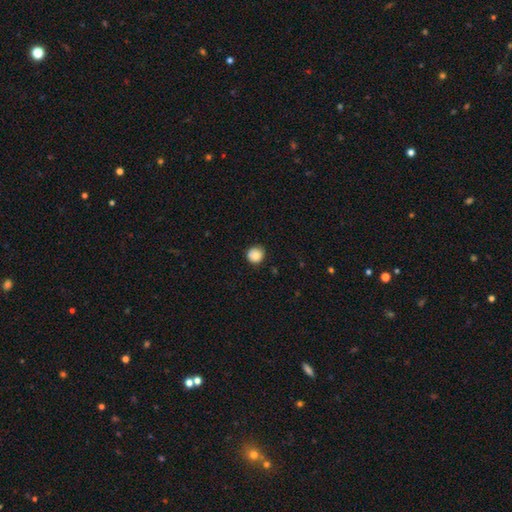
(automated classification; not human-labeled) smooth 82%, featured or disk 9%, star or artifact 9%. Down the decision tree: how rounded — round (92%); merging — none (85%).